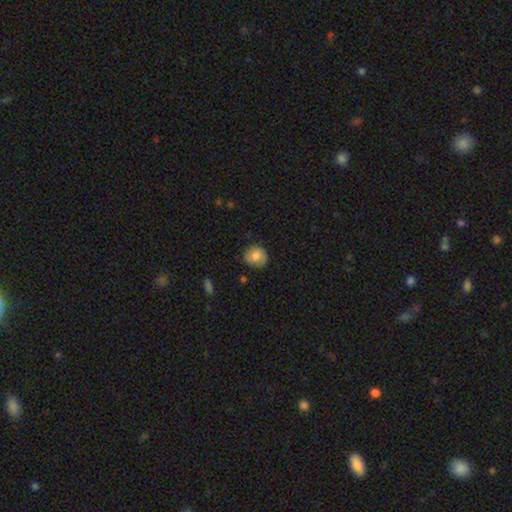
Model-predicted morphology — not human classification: This is clearly a smooth galaxy (81%). How rounded: clearly round (84%). Merging: clearly none (81%).